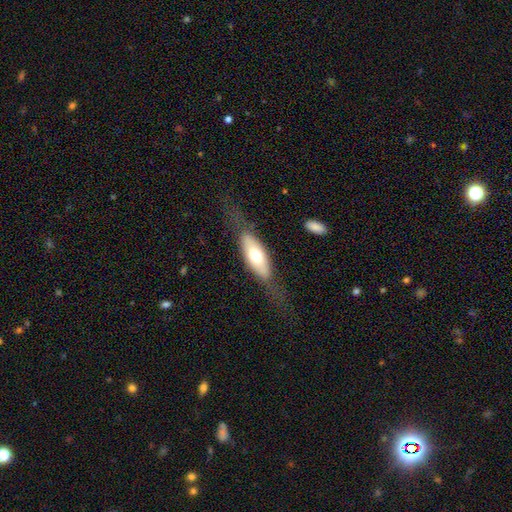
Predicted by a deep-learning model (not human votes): This appears to be a smooth galaxy with no disk features (56%) that is in between round and cigar-shaped (68%). Merging: none (63%).